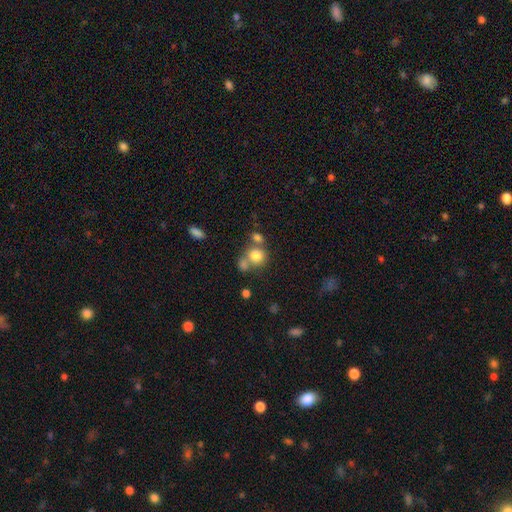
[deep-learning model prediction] Smooth or featured?
  - smooth: 78% *
  - star or artifact: 12%
  - featured or disk: 10%
How rounded?
  - round: 81% *
  - in between: 18%
  - cigar-shaped: 1%
Merging?
  - none: 49% *
  - merger: 36%
  - minor disturbance: 10%
  - major disturbance: 5%